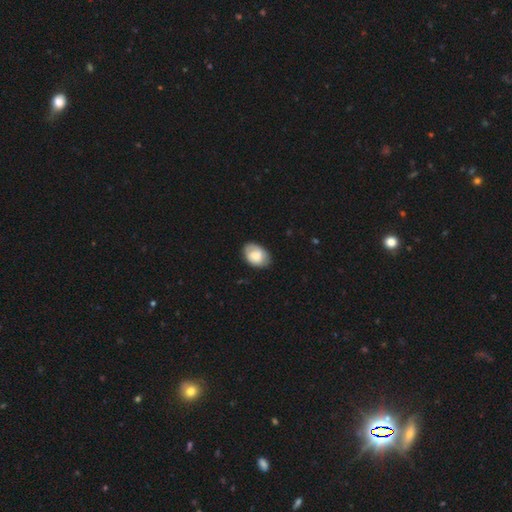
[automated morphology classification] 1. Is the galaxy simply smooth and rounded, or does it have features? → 77% smooth, 17% featured or disk, 7% star or artifact.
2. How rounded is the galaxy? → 85% in between, 14% round, 1% cigar-shaped.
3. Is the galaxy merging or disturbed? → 74% none, 21% minor disturbance, 4% major disturbance, 1% merger.